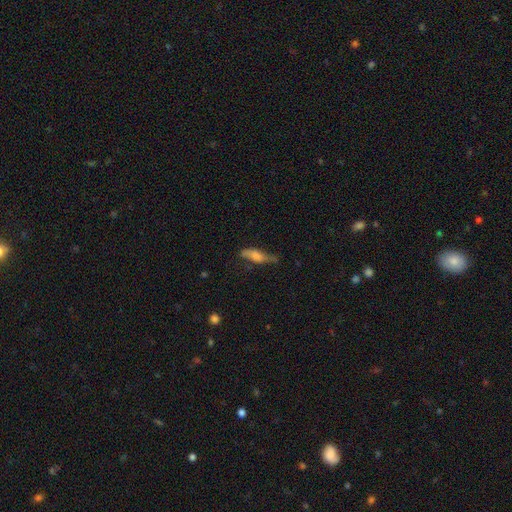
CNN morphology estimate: type=smooth (45%, tied with featured or disk); merging=none (56%).